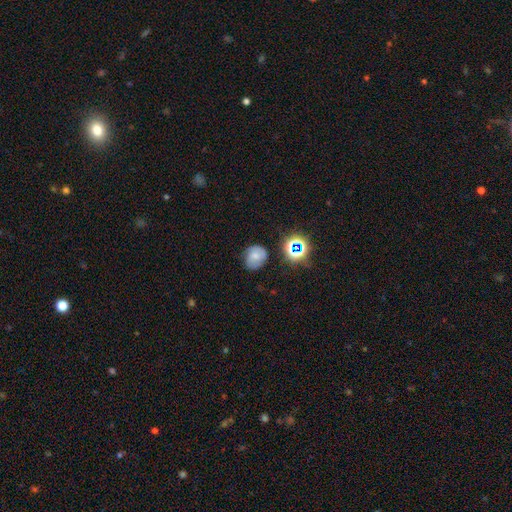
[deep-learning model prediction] Overall: smooth (54%; featured or disk 29%). How rounded: round (65%; in between 34%). Merging: none (67%).